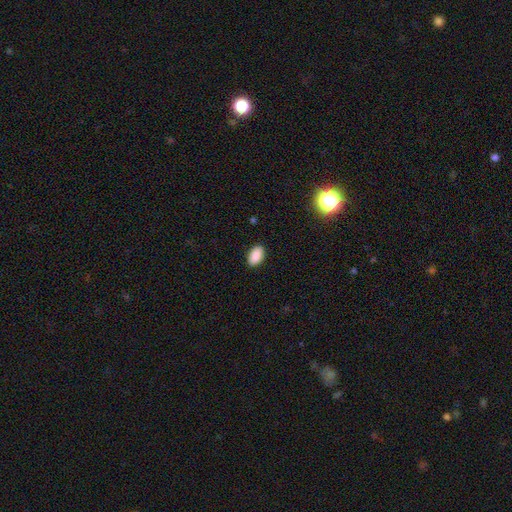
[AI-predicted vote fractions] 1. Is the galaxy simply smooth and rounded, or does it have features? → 89% smooth, 7% star or artifact, 4% featured or disk.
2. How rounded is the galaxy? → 94% in between, 4% round, 2% cigar-shaped.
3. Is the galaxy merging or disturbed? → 89% none, 8% minor disturbance, 2% major disturbance, 1% merger.